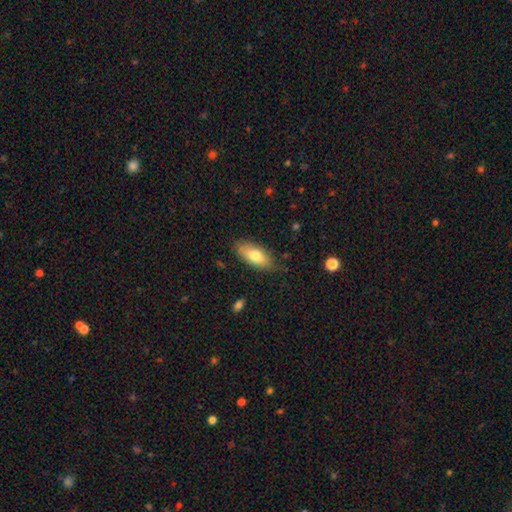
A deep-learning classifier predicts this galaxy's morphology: type=smooth (76%); roundness=in between (82%); merging=none (80%).